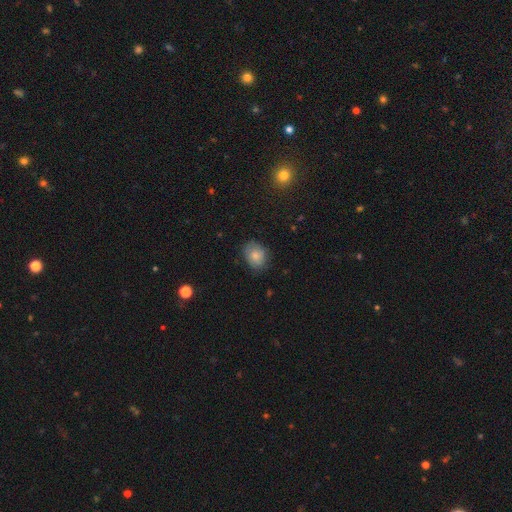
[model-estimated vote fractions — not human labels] Q: Smooth or featured?
A: smooth (77%); runner-up: featured or disk (14%)
Q: How rounded?
A: in between (62%); runner-up: round (37%)
Q: Merging?
A: none (74%); runner-up: minor disturbance (21%)